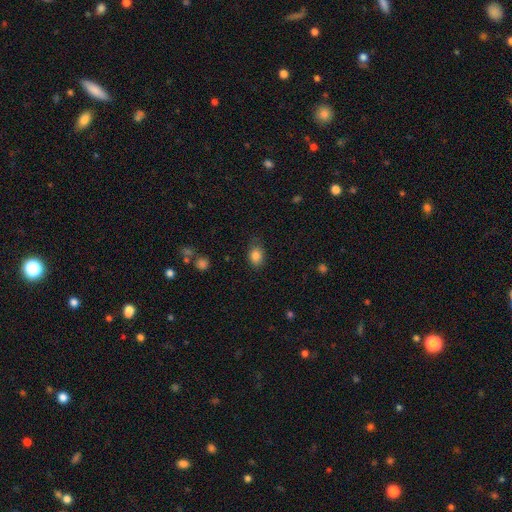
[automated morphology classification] Q: Smooth or featured?
A: smooth (84%); runner-up: star or artifact (10%)
Q: How rounded?
A: in between (66%); runner-up: round (33%)
Q: Merging?
A: none (76%); runner-up: minor disturbance (19%)